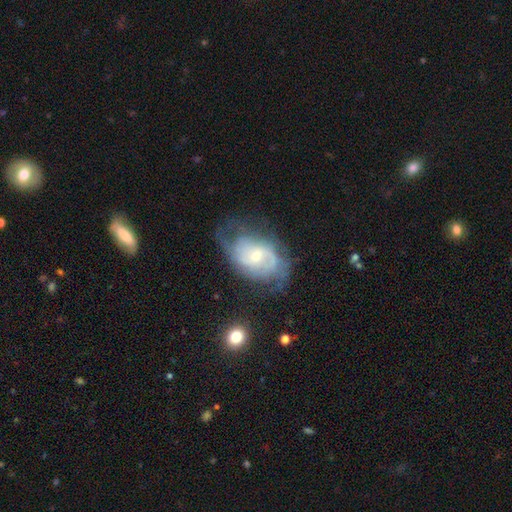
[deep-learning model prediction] smooth-or-featured: featured or disk: 78% | smooth: 15% | star or artifact: 7%
  disk-edge-on: no: 97% | yes: 3%
    bar: no: 51% | weak: 41% | strong: 8%
    has-spiral-arms: yes: 90% | no: 10%
      spiral-winding: medium: 43% | tight: 38% | loose: 18%
      spiral-arm-count: 2: 51% | can't tell: 30% | 3: 9% | 1: 4% | 4: 3% | more than 4: 2%
    bulge-size: small: 62% | moderate: 34% | large: 2% | none: 2% | dominant: 1%
  merging: none: 54% | minor disturbance: 26% | major disturbance: 18% | merger: 2%